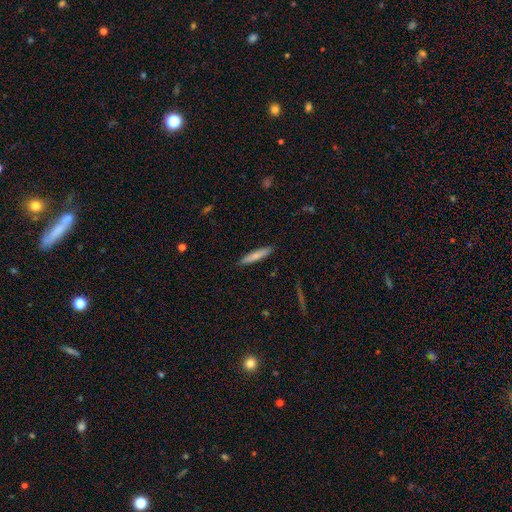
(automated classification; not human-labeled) smooth-or-featured: smooth: 73% | featured or disk: 21% | star or artifact: 6%
  how-rounded: cigar-shaped: 87% | in between: 11% | round: 1%
  merging: none: 89% | minor disturbance: 8% | major disturbance: 2% | merger: 1%